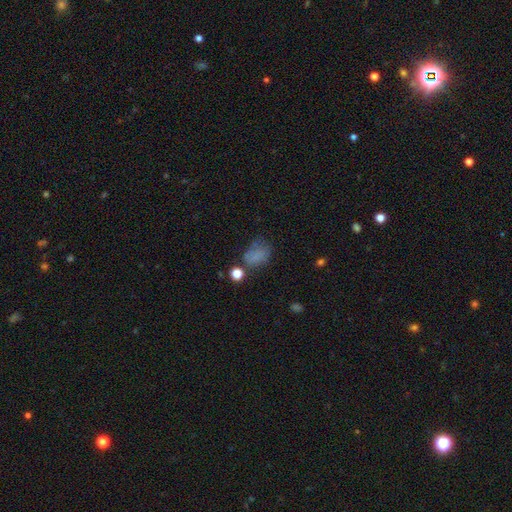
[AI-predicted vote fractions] This appears to be a smooth galaxy with no disk features (71%) that is in between round and cigar-shaped (68%). Merging: none (47%).